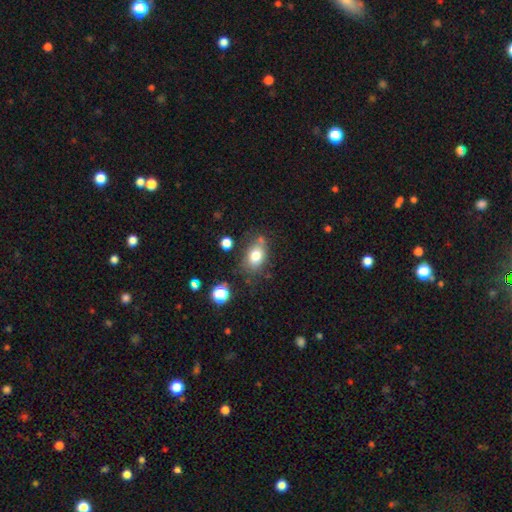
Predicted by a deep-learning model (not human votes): Smooth or featured? Predicted: smooth (p=0.77). How rounded? Predicted: in between (p=0.76). Merging? Predicted: none (p=0.63).